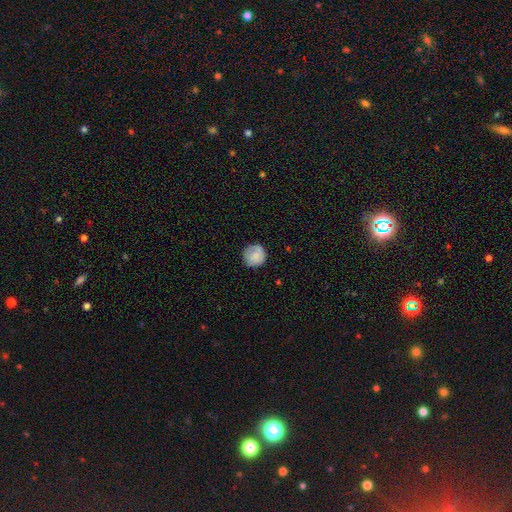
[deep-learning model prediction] This is clearly a smooth galaxy (83%). How rounded: clearly round (93%). Merging: likely none (80%).